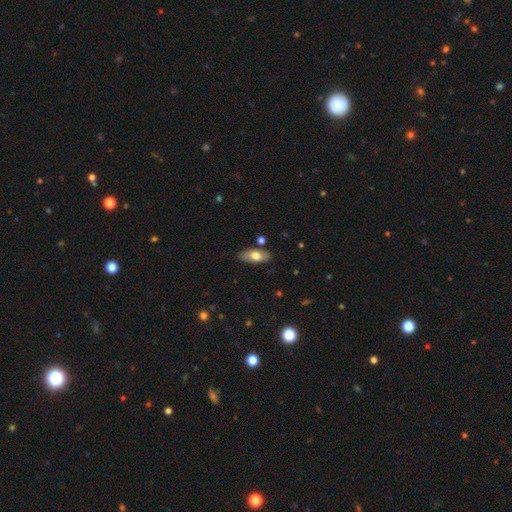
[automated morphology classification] smooth 69%, featured or disk 24%, star or artifact 6%. Down the decision tree: how rounded — in between (85%); merging — none (82%).